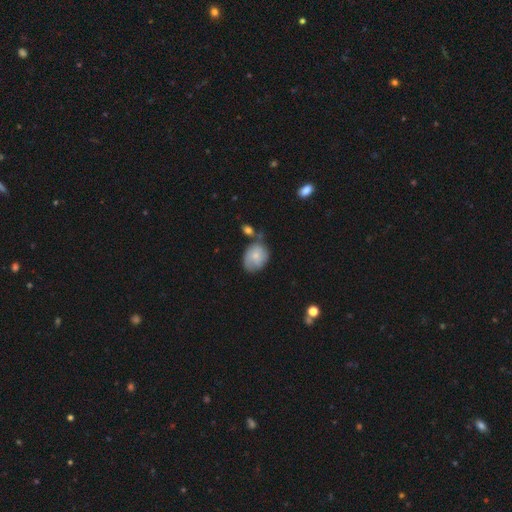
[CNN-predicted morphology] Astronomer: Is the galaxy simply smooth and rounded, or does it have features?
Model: smooth — 65%.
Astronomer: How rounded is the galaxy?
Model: in between — 57% (runner-up: round, 42%).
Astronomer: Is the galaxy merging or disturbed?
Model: none — 49% (runner-up: minor disturbance, 29%).